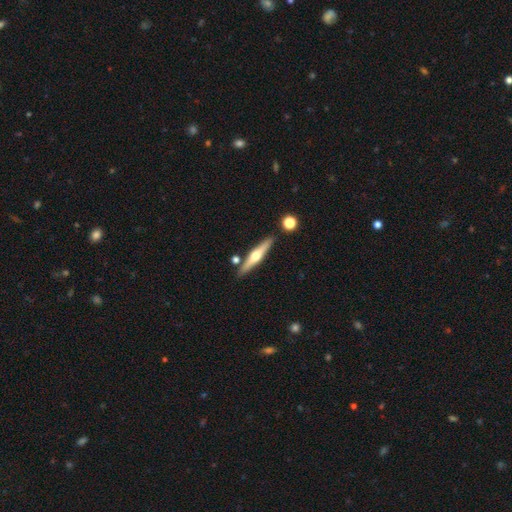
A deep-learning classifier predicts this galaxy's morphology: A featured or disk galaxy (62%) viewed edge-on (96%) with a rounded central bulge (94%).

Vote fractions:
- Smooth or featured? featured or disk: 62% / smooth: 32% / star or artifact: 5%
- Edge-on disk? yes: 96% / no: 4%
- Edge-on bulge? rounded: 94% / none: 4% / boxy: 3%
- Merging? none: 84% / minor disturbance: 9% / merger: 5% / major disturbance: 2%